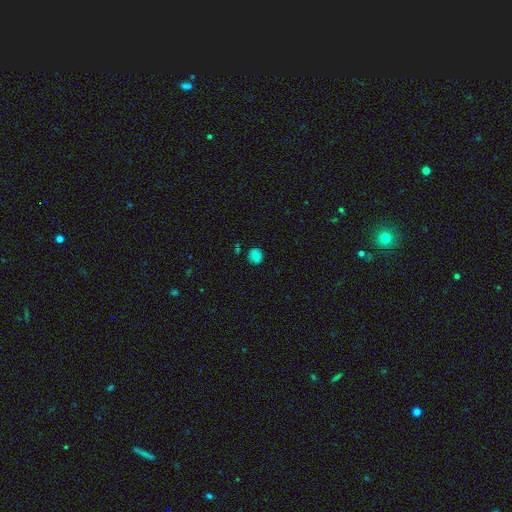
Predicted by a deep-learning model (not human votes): Smooth or featured? Predicted: smooth (p=0.78). How rounded? Predicted: round (p=0.79). Merging? Predicted: none (p=0.78).